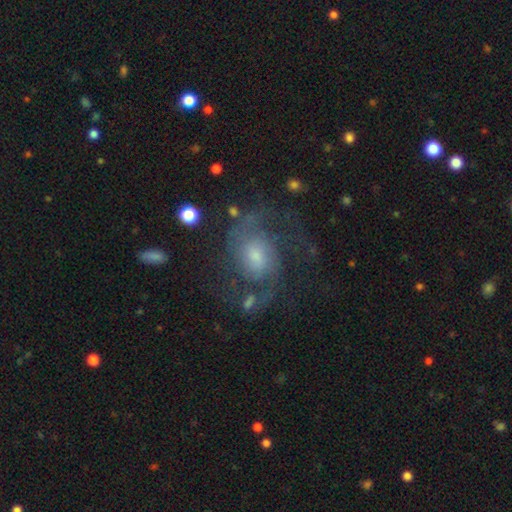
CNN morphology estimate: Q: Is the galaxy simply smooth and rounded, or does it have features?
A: featured or disk — 80%.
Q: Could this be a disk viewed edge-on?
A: no — 98%.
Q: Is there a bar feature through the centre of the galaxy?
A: no — 55%.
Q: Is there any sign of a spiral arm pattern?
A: yes — 92%.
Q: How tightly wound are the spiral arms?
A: medium — 50%.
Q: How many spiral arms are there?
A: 2 — 60%.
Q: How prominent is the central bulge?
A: small — 43%.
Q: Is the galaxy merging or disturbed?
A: none — 58%.